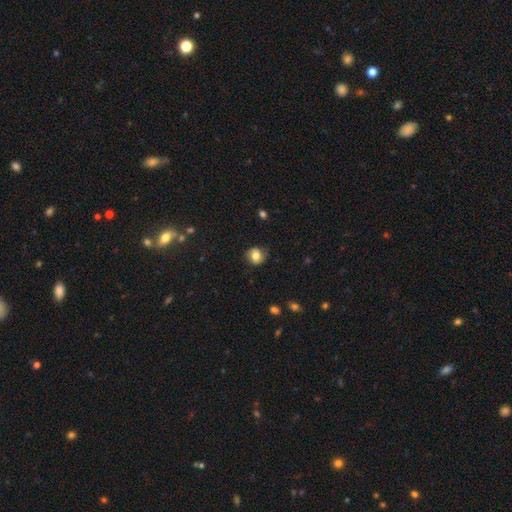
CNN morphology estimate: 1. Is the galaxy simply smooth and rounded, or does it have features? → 67% smooth, 24% featured or disk, 9% star or artifact.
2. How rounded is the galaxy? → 73% round, 26% in between, 1% cigar-shaped.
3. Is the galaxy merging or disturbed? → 75% none, 18% minor disturbance, 5% major disturbance, 1% merger.